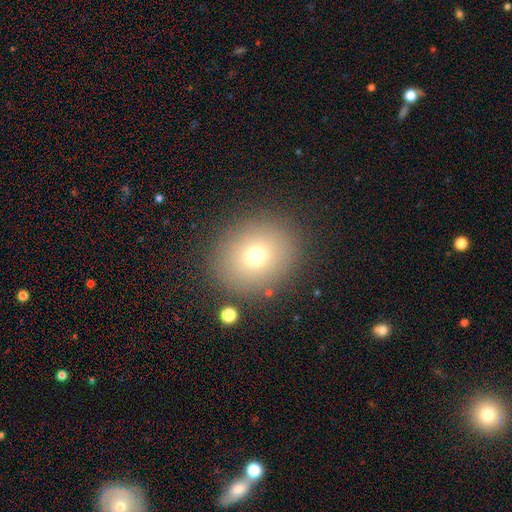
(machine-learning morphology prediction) Smooth or featured: smooth — 72% (star or artifact — 16%)
How rounded: round — 78% (in between — 21%)
Merging: none — 87% (minor disturbance — 7%)